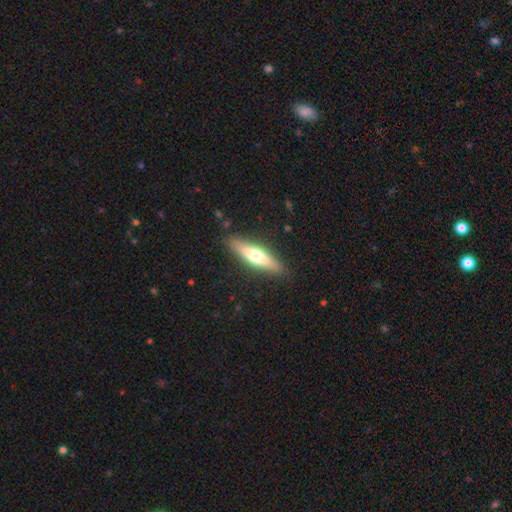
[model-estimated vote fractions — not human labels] Overall: smooth (55%; featured or disk 40%). How rounded: cigar-shaped (73%). Merging: none (87%).